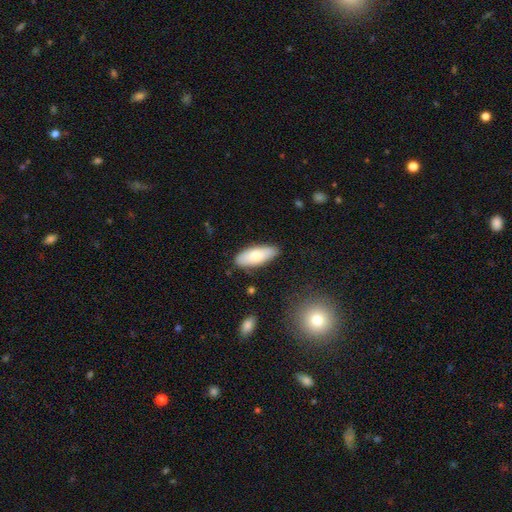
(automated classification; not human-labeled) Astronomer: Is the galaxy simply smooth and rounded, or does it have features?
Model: smooth — 76%.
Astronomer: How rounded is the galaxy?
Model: in between — 77%.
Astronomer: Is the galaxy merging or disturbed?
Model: none — 85%.